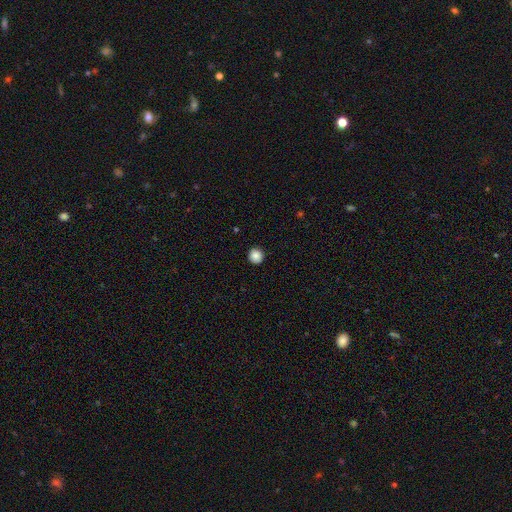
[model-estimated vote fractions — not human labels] This appears to be a smooth galaxy with no disk features (86%) that is round (92%). Merging: none (91%).